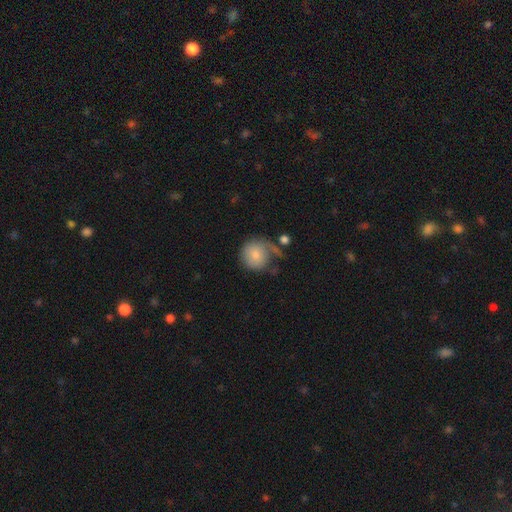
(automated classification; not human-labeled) Smooth or featured? smooth (79%)
How rounded? round (88%)
Merging? none (48%)